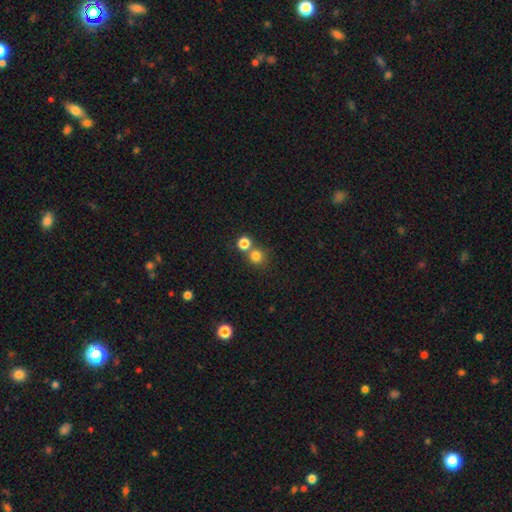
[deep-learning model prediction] smooth 79%, star or artifact 15%, featured or disk 6%. Down the decision tree: how rounded — round (90%); merging — none (61%).